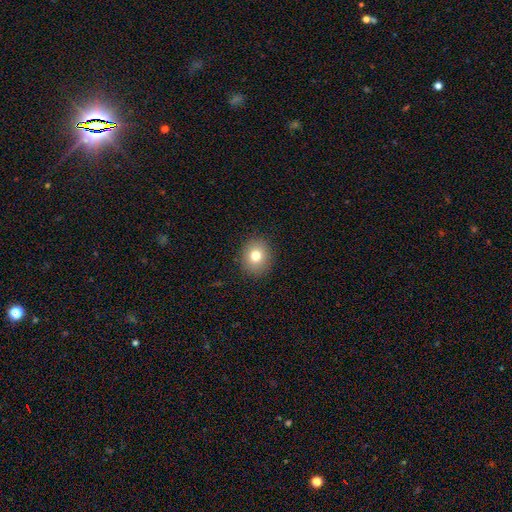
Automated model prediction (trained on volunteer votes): Overall: smooth (78%). How rounded: round (72%). Merging: none (90%).